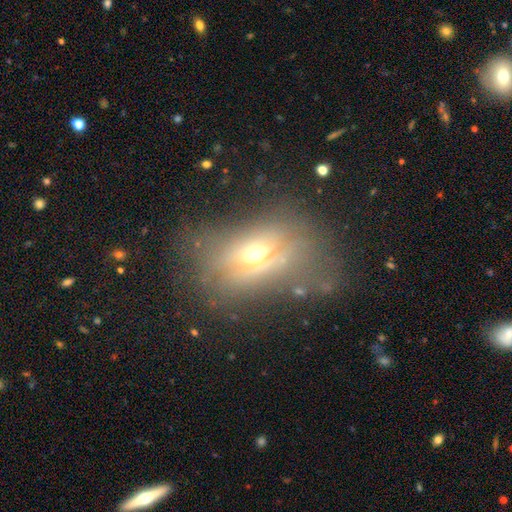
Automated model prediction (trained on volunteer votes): featured or disk 42% (tied), smooth 42% (tied), star or artifact 16%. Down the decision tree: merging — none (48%).